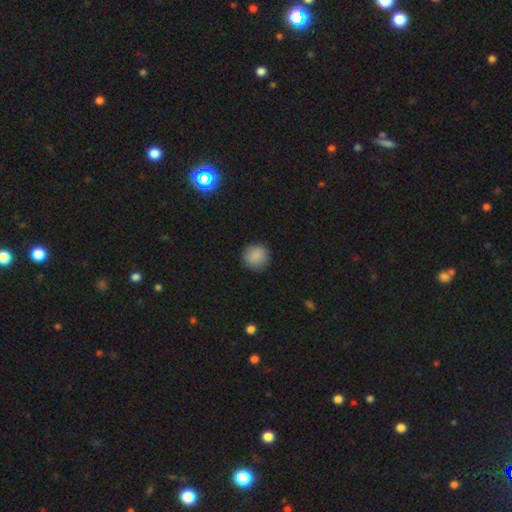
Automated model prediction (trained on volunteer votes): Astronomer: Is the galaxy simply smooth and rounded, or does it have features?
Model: smooth — 88%.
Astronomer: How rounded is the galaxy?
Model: round — 93%.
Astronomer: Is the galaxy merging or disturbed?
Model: none — 89%.